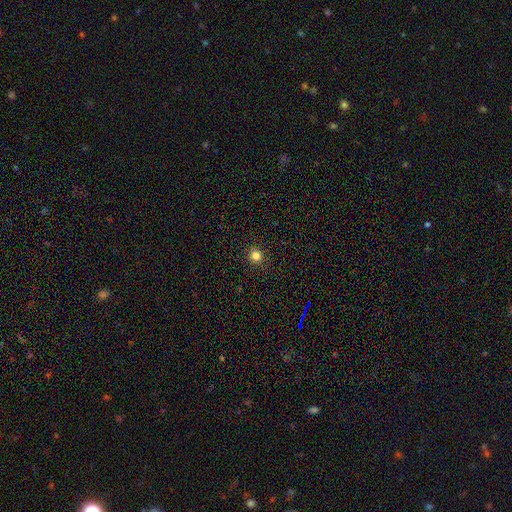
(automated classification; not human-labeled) This appears to be a smooth galaxy with no disk features (81%) that is round (91%). Merging: none (92%).